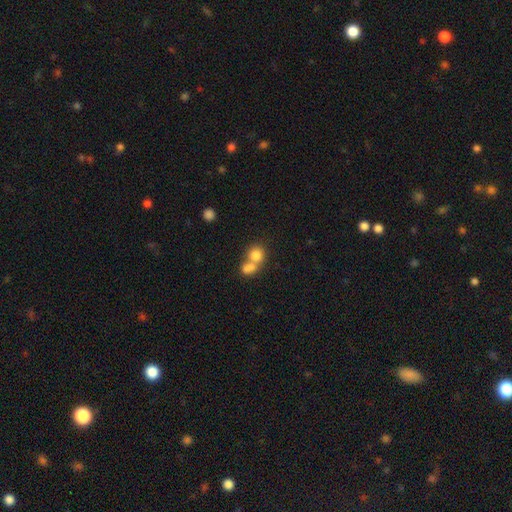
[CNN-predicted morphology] smooth 79%, featured or disk 11%, star or artifact 10%. Down the decision tree: how rounded — round (75%); merging — merger (59%).